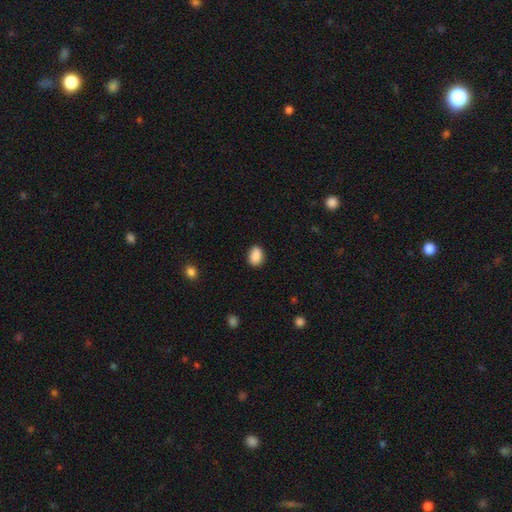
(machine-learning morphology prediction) smooth_or_featured: smooth (p=0.88) [alt: star or artifact p=0.08]
how_rounded: in between (p=0.70) [alt: round p=0.29]
merging: none (p=0.83) [alt: minor disturbance p=0.13]